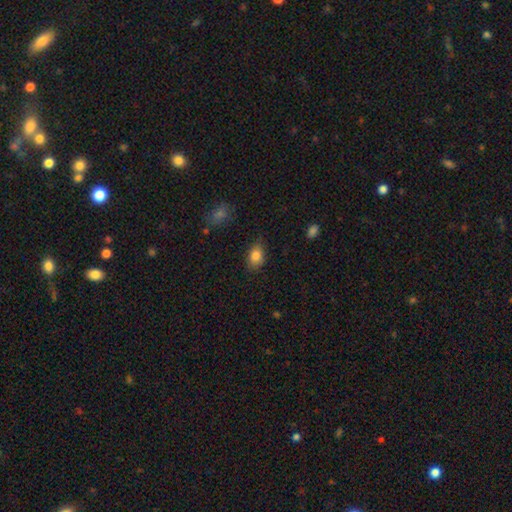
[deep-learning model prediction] The model was most divided on "merging": none: 76%, minor disturbance: 19%, major disturbance: 4%, merger: 1%. More confident: smooth or featured — smooth (84%); how rounded — in between (79%).